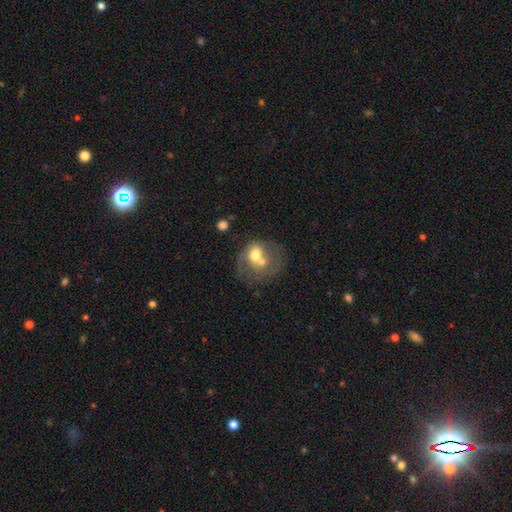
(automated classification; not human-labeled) Overall: smooth (50%; featured or disk 42%). How rounded: round (60%; in between 39%). Merging: merger (56%; none 19%).